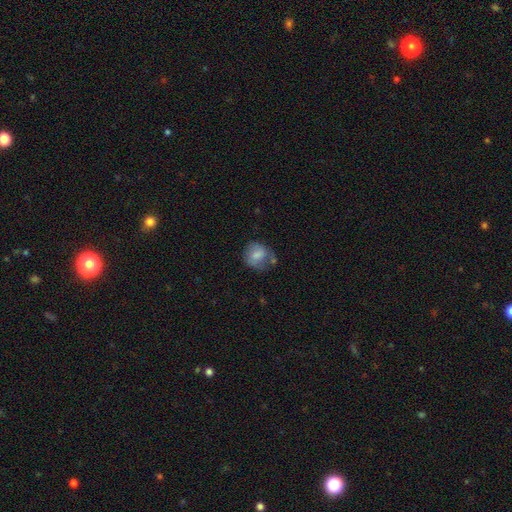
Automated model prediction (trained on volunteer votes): smooth 62%, featured or disk 27%, star or artifact 10%. Down the decision tree: how rounded — round (68%); merging — none (55%).